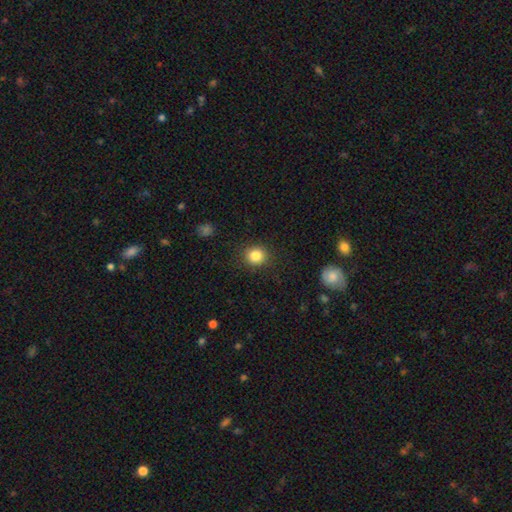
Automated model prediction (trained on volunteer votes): Q: Smooth or featured?
A: smooth (84%); runner-up: star or artifact (11%)
Q: How rounded?
A: round (87%); runner-up: in between (12%)
Q: Merging?
A: none (89%); runner-up: minor disturbance (7%)